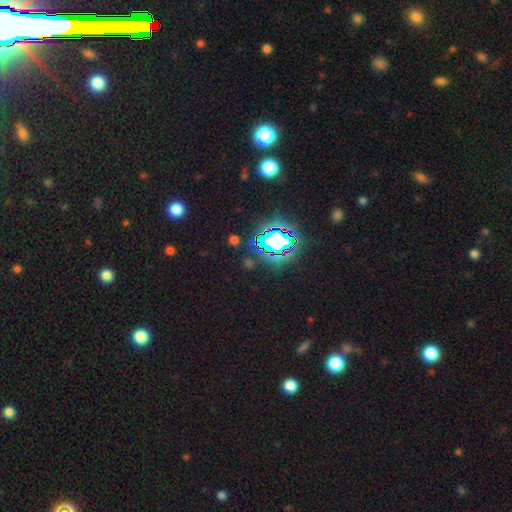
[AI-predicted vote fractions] Q: Smooth or featured?
A: star or artifact (78%); runner-up: smooth (15%)